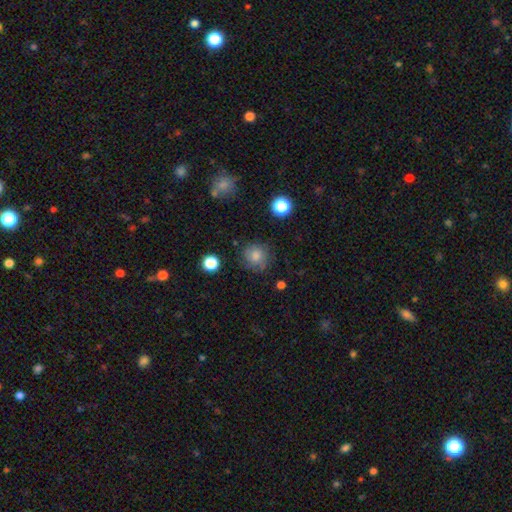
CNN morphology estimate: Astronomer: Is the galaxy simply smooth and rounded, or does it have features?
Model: smooth — 76%.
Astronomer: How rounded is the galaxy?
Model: round — 87%.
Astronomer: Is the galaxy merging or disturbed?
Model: none — 74%.